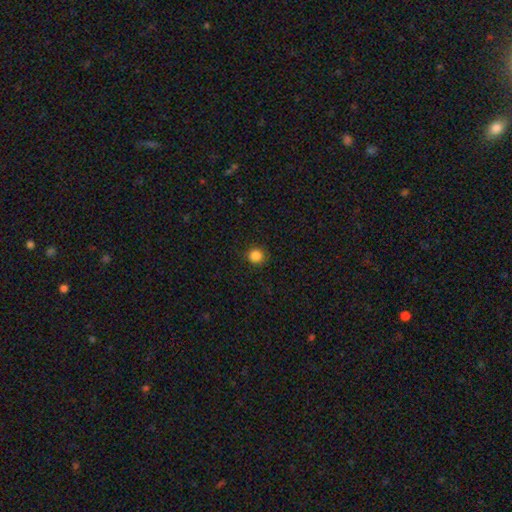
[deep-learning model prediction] A smooth galaxy with no disk features (85%) that is round (90%).

Vote fractions:
- Smooth or featured? smooth: 85% / star or artifact: 12% / featured or disk: 3%
- How rounded? round: 90% / in between: 9% / cigar-shaped: 1%
- Merging? none: 88% / minor disturbance: 8% / major disturbance: 2% / merger: 1%